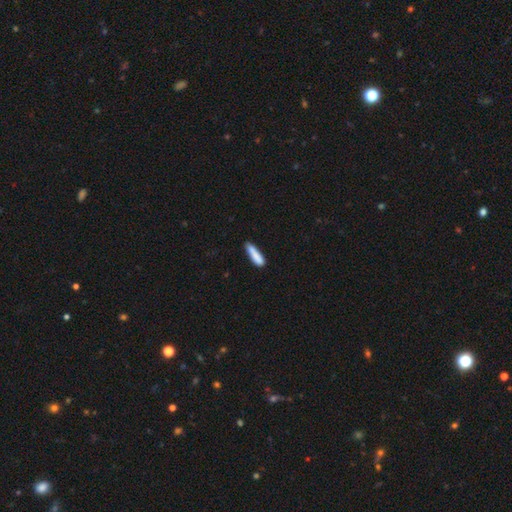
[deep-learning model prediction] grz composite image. It shows a smooth galaxy with no disk features (84%) that is cigar-shaped (77%). Merging: none (69%).